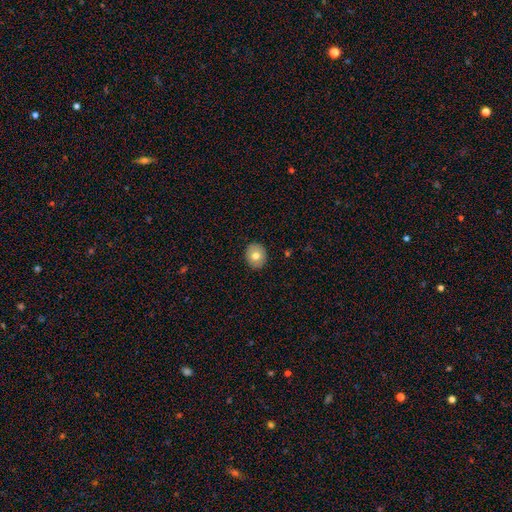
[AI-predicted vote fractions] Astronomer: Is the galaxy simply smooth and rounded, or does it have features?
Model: smooth — 74%.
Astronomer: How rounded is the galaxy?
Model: round — 74%.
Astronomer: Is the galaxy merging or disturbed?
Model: none — 90%.